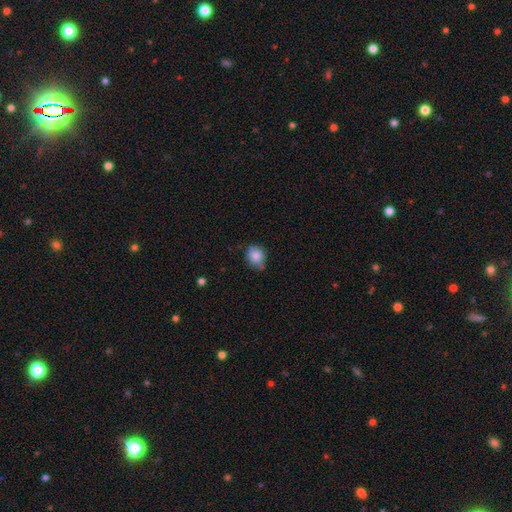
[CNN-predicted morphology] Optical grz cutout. It shows a smooth galaxy with no disk features (85%) that is round (58%). Merging: none (67%).